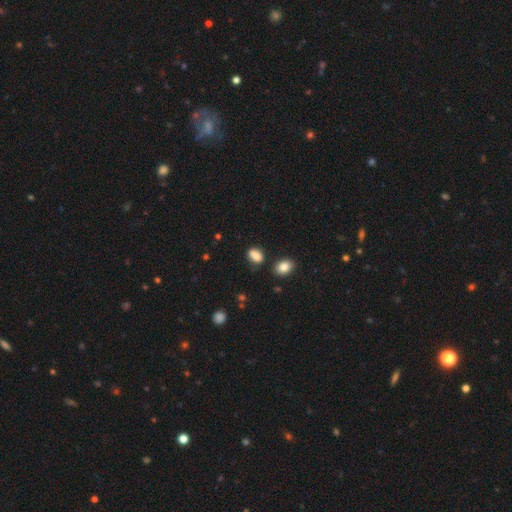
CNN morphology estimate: smooth-or-featured: smooth: 83% | star or artifact: 10% | featured or disk: 7%
  how-rounded: in between: 77% | round: 21% | cigar-shaped: 2%
  merging: none: 64% | minor disturbance: 18% | merger: 13% | major disturbance: 5%